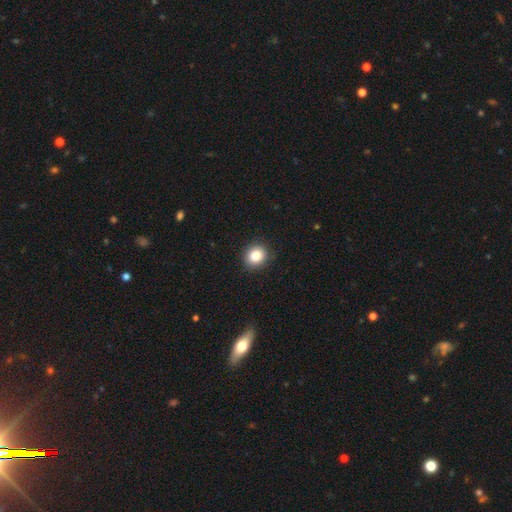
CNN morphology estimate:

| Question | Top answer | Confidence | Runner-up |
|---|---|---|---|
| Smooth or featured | smooth | 85% | star or artifact (10%) |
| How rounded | round | 77% | in between (22%) |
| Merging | none | 89% | minor disturbance (8%) |